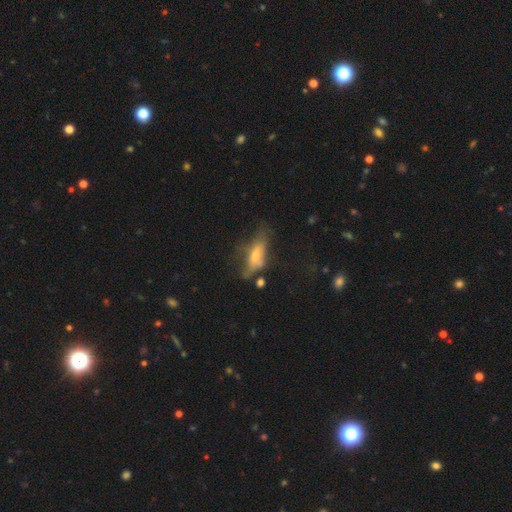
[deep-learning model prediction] The model was most divided on "smooth or featured": smooth: 45%, featured or disk: 43%, star or artifact: 11%. Remaining: merging — none (37%).